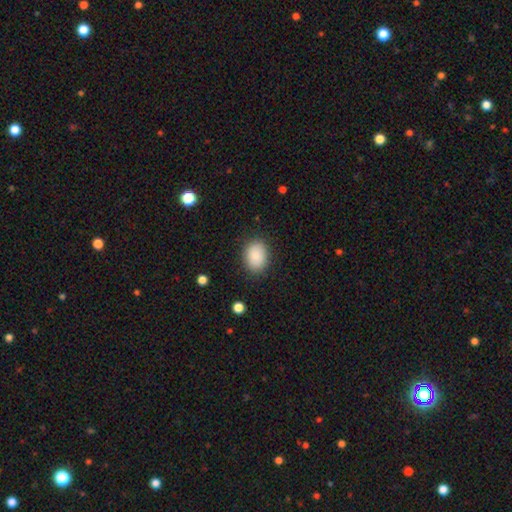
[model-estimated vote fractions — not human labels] A smooth galaxy with no disk features (89%) that is in between round and cigar-shaped (71%).

Vote fractions:
- Smooth or featured? smooth: 89% / star or artifact: 7% / featured or disk: 4%
- How rounded? in between: 71% / round: 28% / cigar-shaped: 1%
- Merging? none: 86% / minor disturbance: 10% / major disturbance: 3% / merger: 1%